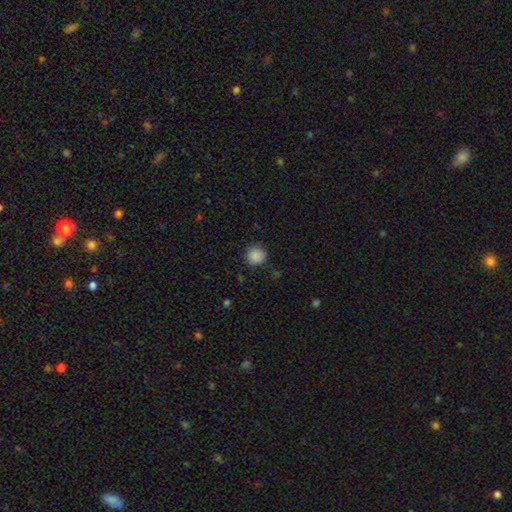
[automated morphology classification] smooth 88%, star or artifact 10%, featured or disk 3%. Down the decision tree: how rounded — round (92%); merging — none (87%).